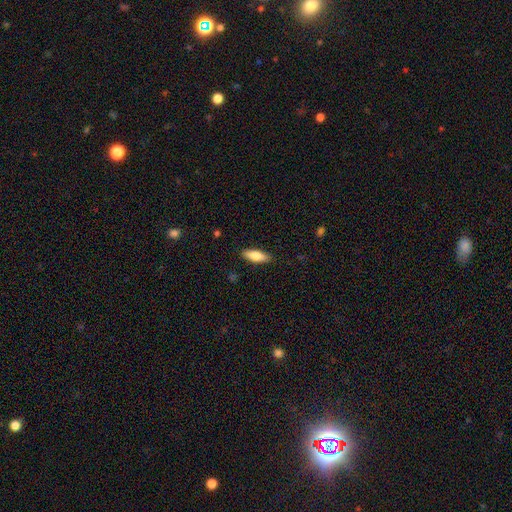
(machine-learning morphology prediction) smooth_or_featured: smooth (p=0.79) [alt: featured or disk p=0.15]
how_rounded: in between (p=0.65) [alt: cigar-shaped p=0.33]
merging: none (p=0.88) [alt: minor disturbance p=0.09]